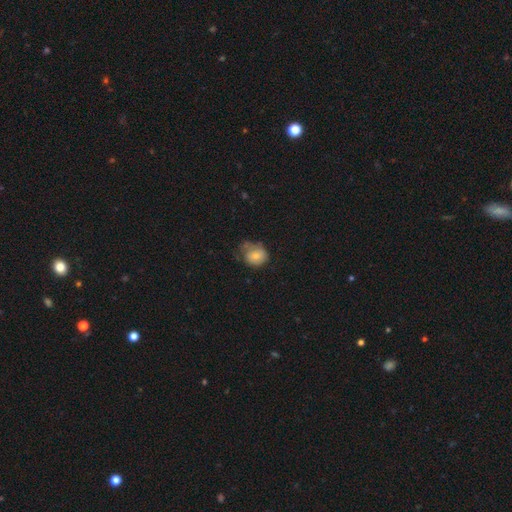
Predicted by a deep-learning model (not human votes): Smooth or featured? smooth (72%)
How rounded? round (63%)
Merging? none (39%)